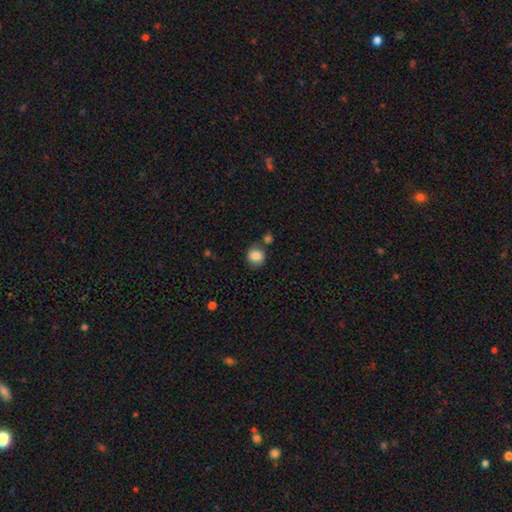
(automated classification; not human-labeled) Smooth or featured? Predicted: smooth (p=0.85). How rounded? Predicted: round (p=0.83). Merging? Predicted: none (p=0.72).